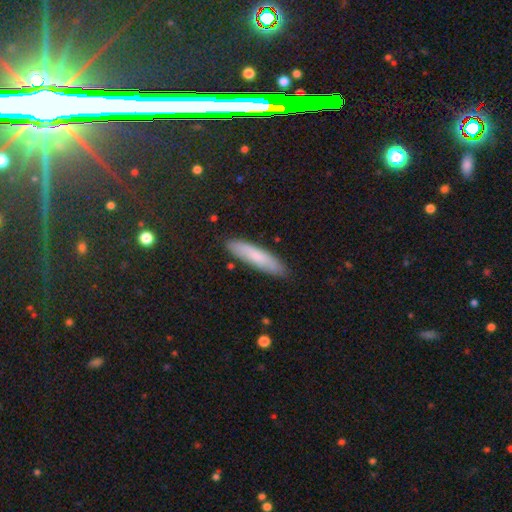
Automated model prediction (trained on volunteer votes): Morphology: type=smooth (76%); roundness=cigar-shaped (80%); merging=none (86%).